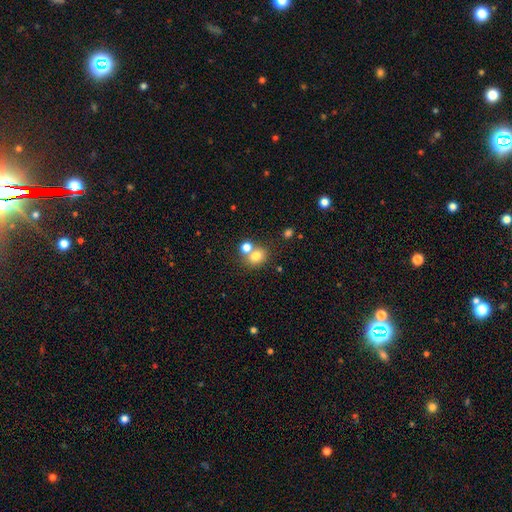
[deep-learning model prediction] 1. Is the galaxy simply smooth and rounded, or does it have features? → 76% smooth, 13% star or artifact, 11% featured or disk.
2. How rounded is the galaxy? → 69% round, 30% in between, 1% cigar-shaped.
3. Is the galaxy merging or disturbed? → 53% none, 35% merger, 8% minor disturbance, 3% major disturbance.